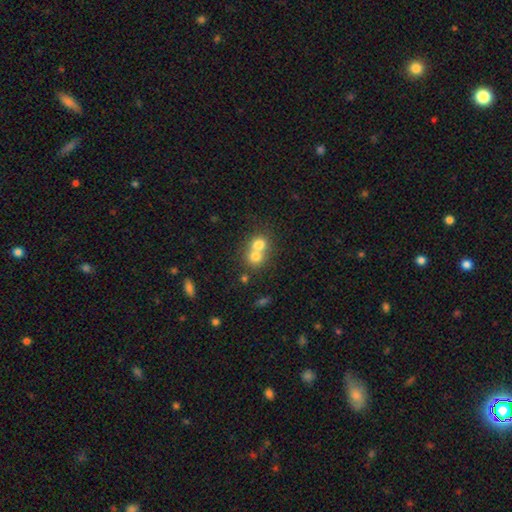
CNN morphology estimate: Smooth or featured? smooth (72%)
How rounded? round (77%)
Merging? merger (68%)